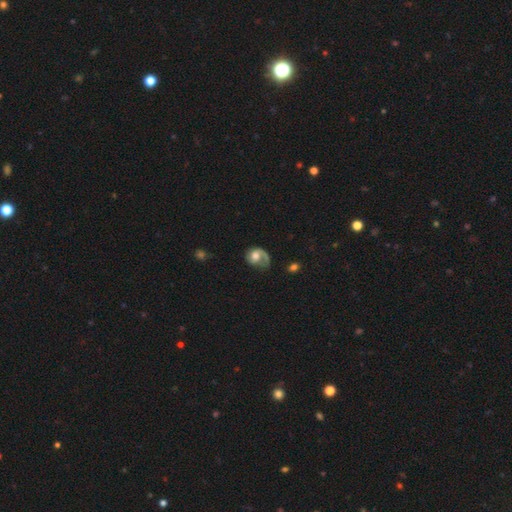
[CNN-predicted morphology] type=featured or disk (58%); edge-on=no (97%); bar=no (75%); spiral arms=yes (86%); bulge=moderate (49%); merging=none (41%).